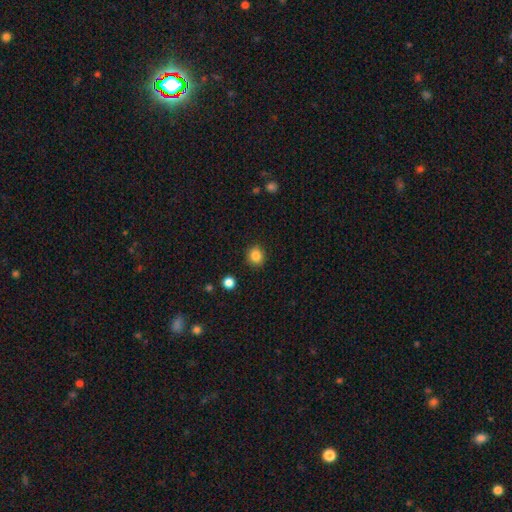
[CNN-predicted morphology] A smooth galaxy with no disk features (85%) that is round (86%). Merging: none (90%).